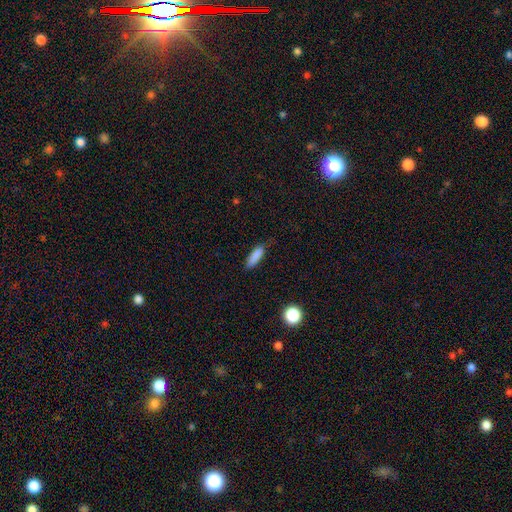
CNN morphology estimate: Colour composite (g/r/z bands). It shows a smooth galaxy with no disk features (86%) that is cigar-shaped (57%). Merging: none (77%).